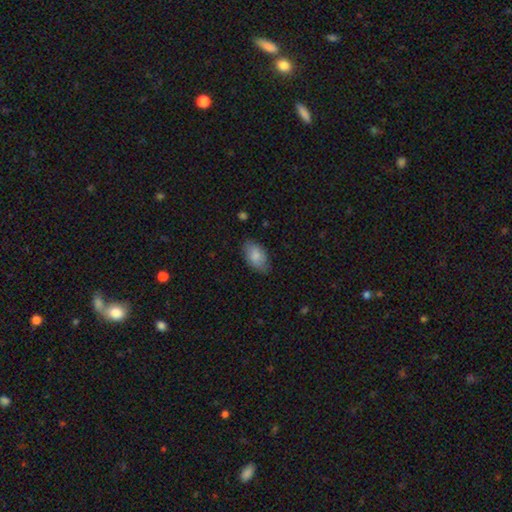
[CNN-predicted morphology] This appears to be a smooth galaxy with no disk features (83%) that is in between round and cigar-shaped (94%). Merging: none (78%).